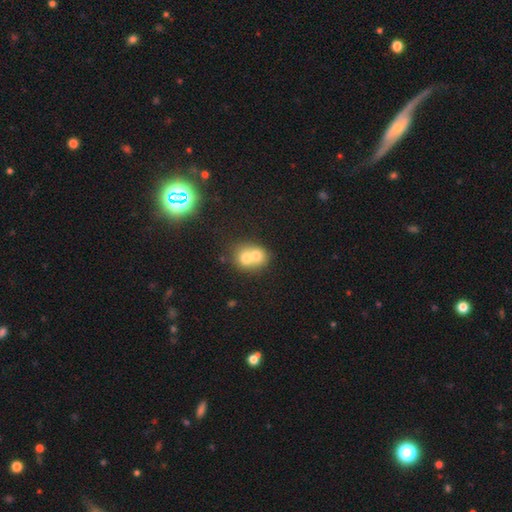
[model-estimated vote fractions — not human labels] The model was most divided on "how rounded": round: 70%, in between: 30%, cigar-shaped: 1%. More confident: merging — merger (73%); smooth or featured — smooth (68%).